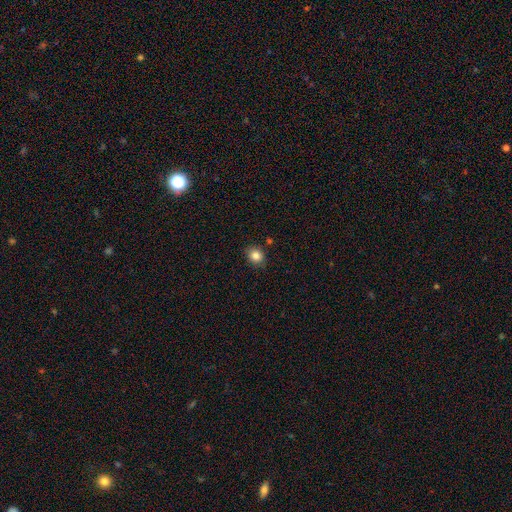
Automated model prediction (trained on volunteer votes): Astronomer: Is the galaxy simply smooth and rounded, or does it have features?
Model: smooth — 84%.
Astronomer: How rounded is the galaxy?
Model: round — 61% (runner-up: in between, 38%).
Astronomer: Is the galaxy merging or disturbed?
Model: none — 85%.